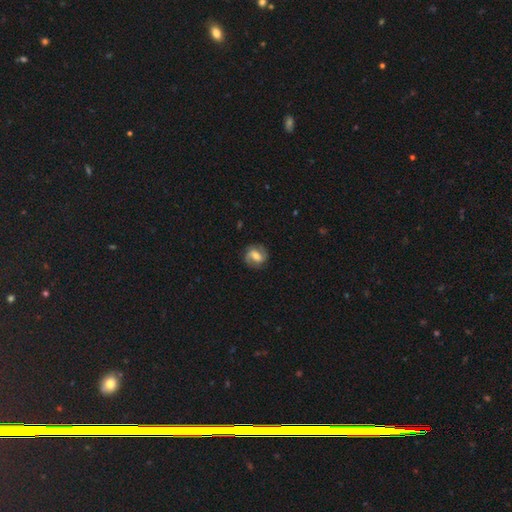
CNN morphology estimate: This is likely a featured or disk galaxy (67%). It is clearly not viewed edge-on (97%). Bar: marginally weak (44%). Spiral arm pattern: clearly yes (89%). Spiral arm count: clearly 2 (89%). Spiral winding: possibly medium (47%). Central bulge: possibly moderate (58%). Merging: clearly none (83%).